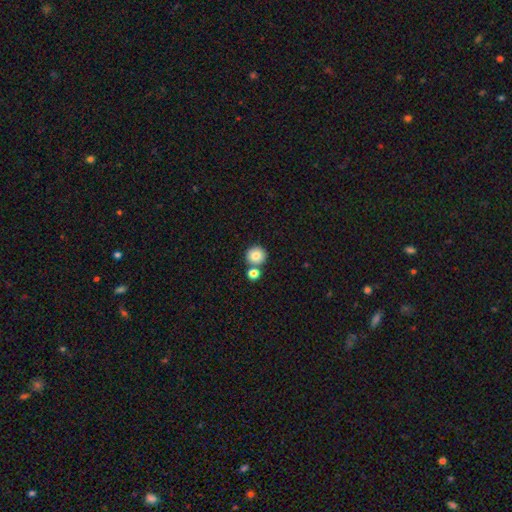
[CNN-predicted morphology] Smooth or featured: smooth — 83% (star or artifact — 10%)
How rounded: round — 92% (in between — 7%)
Merging: none — 69% (merger — 21%)